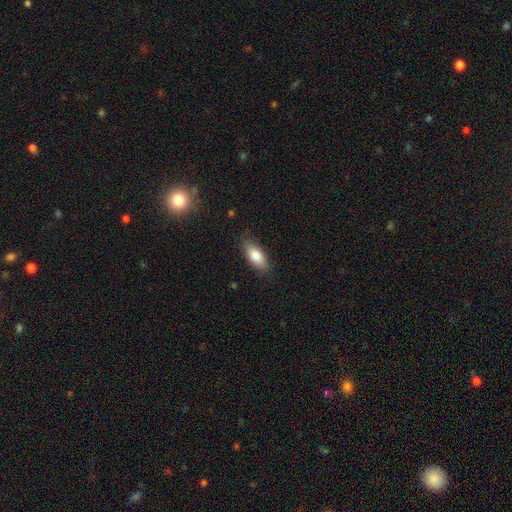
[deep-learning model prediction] smooth 80%, featured or disk 13%, star or artifact 7%. Down the decision tree: how rounded — in between (85%); merging — none (83%).